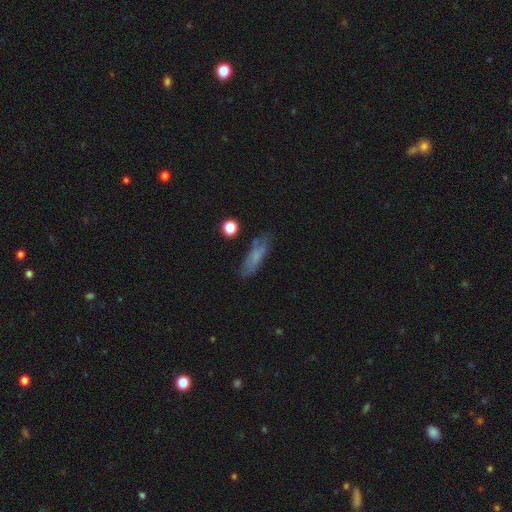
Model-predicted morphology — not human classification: smooth 64%, featured or disk 25%, star or artifact 10%. Down the decision tree: how rounded — cigar-shaped (53%); merging — none (68%).